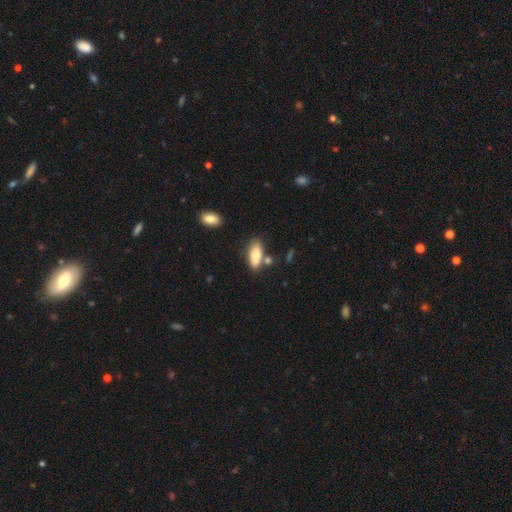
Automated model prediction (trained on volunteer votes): The model was most divided on "merging": none: 64%, minor disturbance: 18%, merger: 14%, major disturbance: 4%. More confident: how rounded — in between (81%); smooth or featured — smooth (80%).